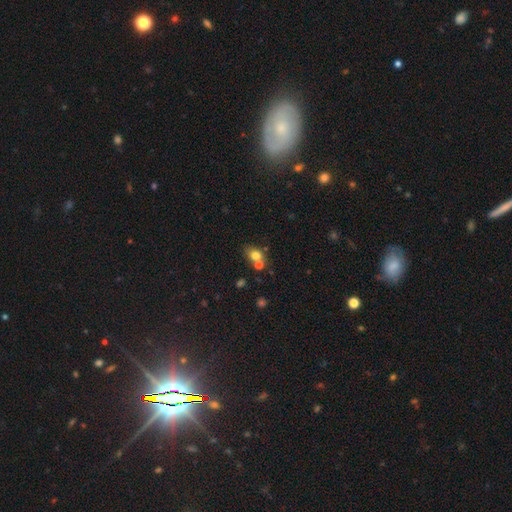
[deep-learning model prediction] The model was most divided on "how rounded": in between: 51%, round: 48%, cigar-shaped: 1%. Remaining: smooth or featured — smooth (75%); merging — none (47%).